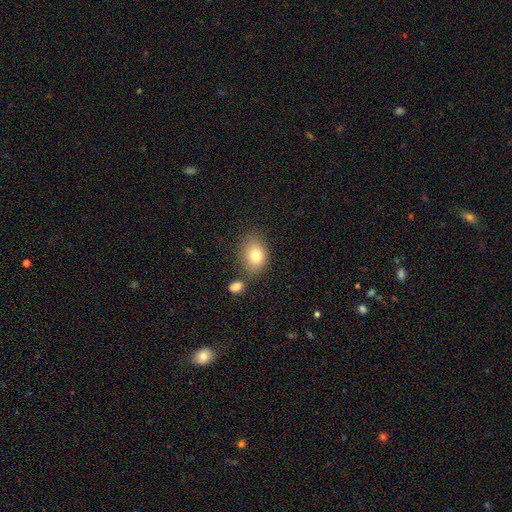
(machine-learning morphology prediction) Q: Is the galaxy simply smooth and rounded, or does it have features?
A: smooth — 78%.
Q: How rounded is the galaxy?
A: in between — 68%.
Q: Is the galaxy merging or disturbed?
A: none — 69%.